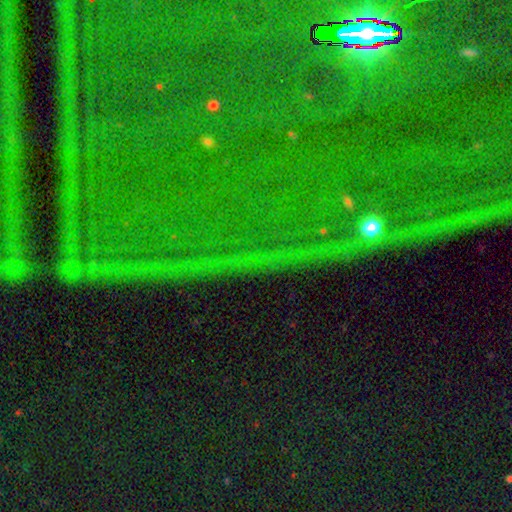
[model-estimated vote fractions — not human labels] The model was most divided on "smooth or featured": star or artifact: 86%, featured or disk: 7%, smooth: 6%.